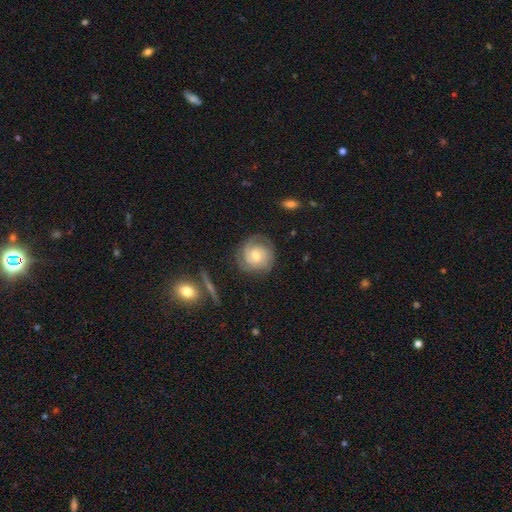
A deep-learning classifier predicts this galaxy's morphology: Smooth or featured? Predicted: featured or disk (p=0.74). Edge-on disk? Predicted: no (p=0.97). Bar? Predicted: no (p=0.58). Spiral arms? Predicted: yes (p=0.94). Spiral winding? Predicted: tight (p=0.69). Spiral arm count? Predicted: 2 (p=0.43). Bulge size? Predicted: moderate (p=0.60). Merging? Predicted: none (p=0.79).